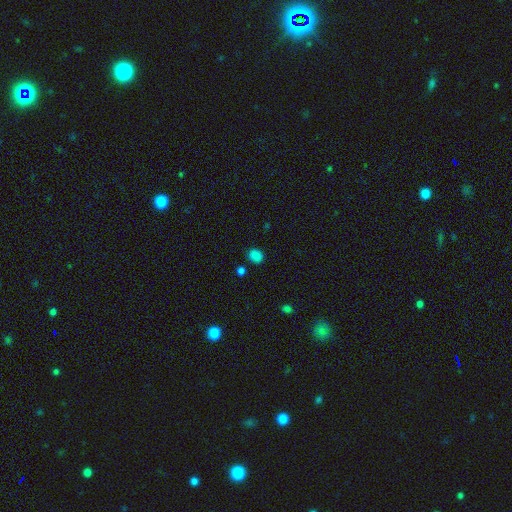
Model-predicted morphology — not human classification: This appears to be a smooth galaxy with no disk features (81%) that is round (61%). Merging: none (81%).